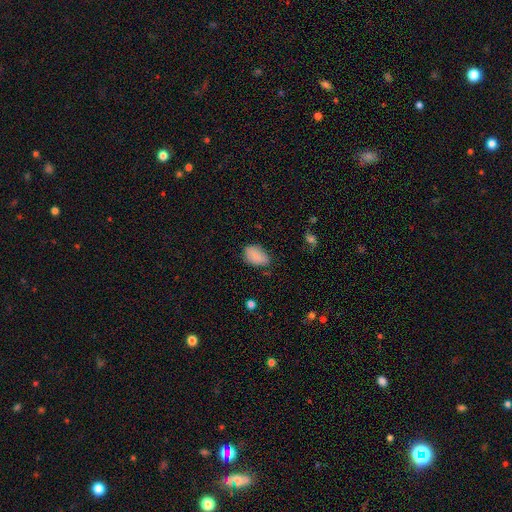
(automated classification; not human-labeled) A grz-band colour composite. It shows a smooth galaxy with no disk features (83%) that is in between round and cigar-shaped (90%). Merging: none (64%).